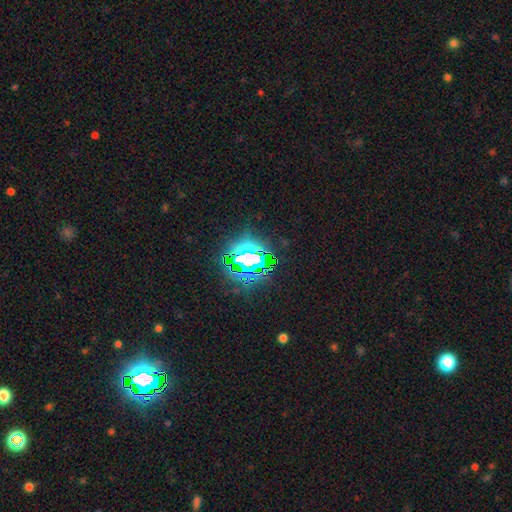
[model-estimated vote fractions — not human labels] Smooth or featured: star or artifact — 82% (smooth — 11%)